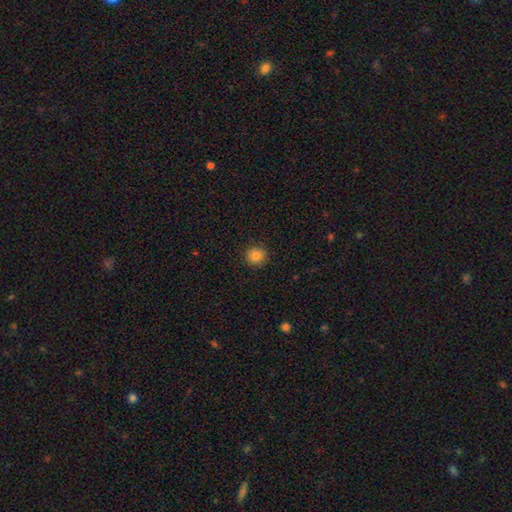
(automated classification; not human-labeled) This is clearly a smooth galaxy (83%). How rounded: clearly round (91%). Merging: clearly none (90%).